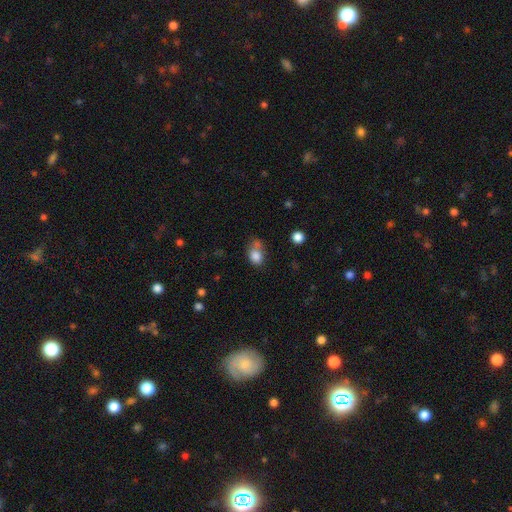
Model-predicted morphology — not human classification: Overall: smooth (81%). How rounded: in between (55%; round 44%). Merging: none (42%; merger 29%).